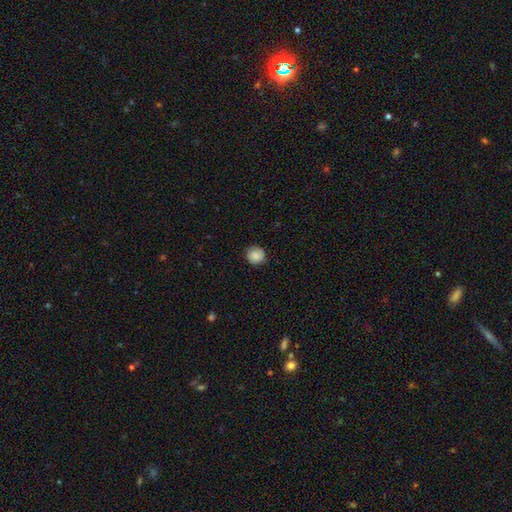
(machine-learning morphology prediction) Smooth or featured: smooth — 84% (star or artifact — 8%)
How rounded: round — 91% (in between — 8%)
Merging: none — 86% (minor disturbance — 11%)